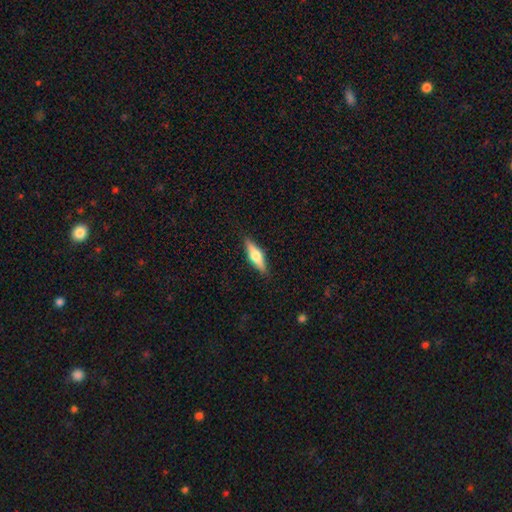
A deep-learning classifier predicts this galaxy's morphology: A featured or disk galaxy (49%).

Vote fractions:
- Smooth or featured? featured or disk: 49% / smooth: 45% / star or artifact: 6%
- Merging? none: 88% / minor disturbance: 9% / major disturbance: 2% / merger: 1%